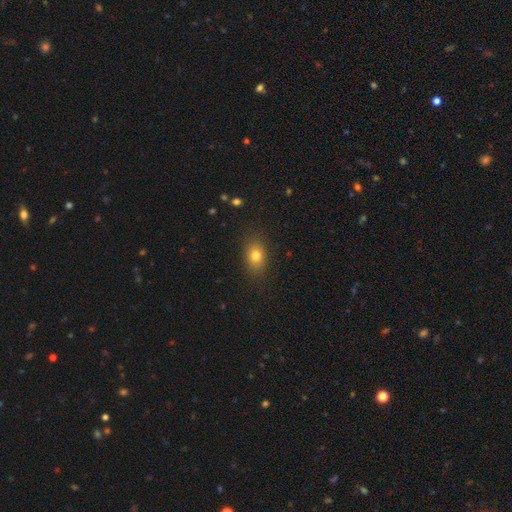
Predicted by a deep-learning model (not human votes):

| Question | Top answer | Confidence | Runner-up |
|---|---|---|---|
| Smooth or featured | smooth | 79% | star or artifact (11%) |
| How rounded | in between | 75% | round (23%) |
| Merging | none | 85% | minor disturbance (11%) |